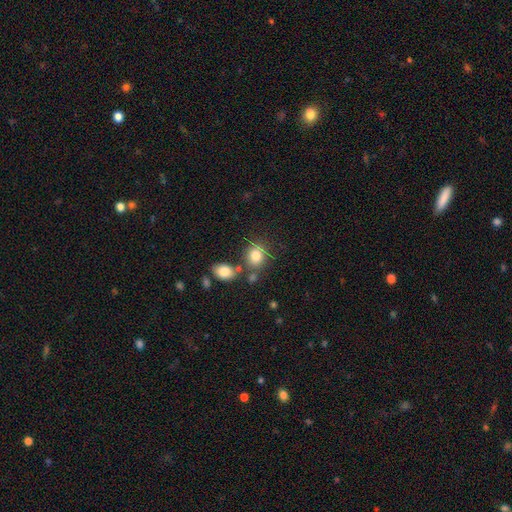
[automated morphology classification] Smooth or featured? smooth (81%)
How rounded? round (65%)
Merging? none (66%)